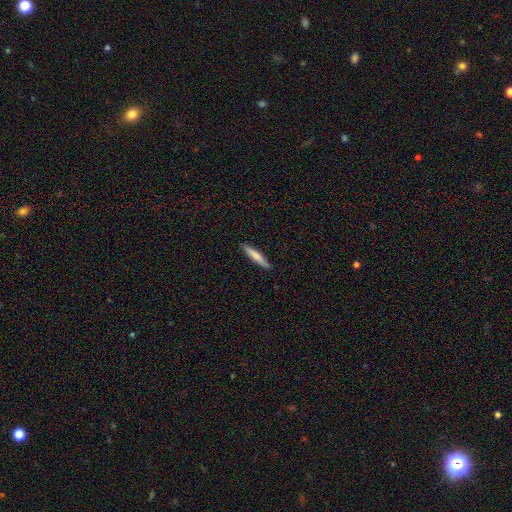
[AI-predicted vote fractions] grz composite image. It shows a smooth galaxy with no disk features (73%) that is cigar-shaped (92%). Merging: none (90%).